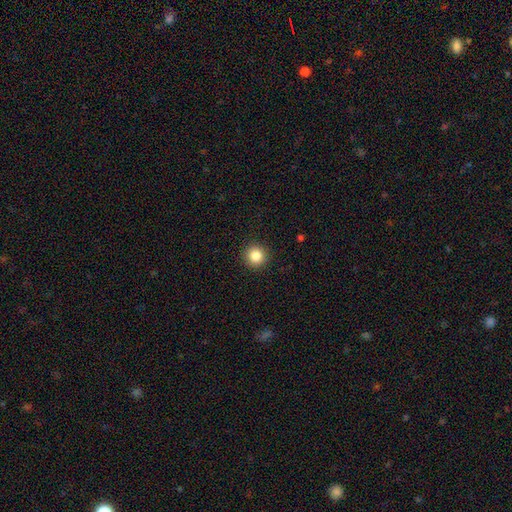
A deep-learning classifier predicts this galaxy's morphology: A smooth galaxy with no disk features (84%) that is round (95%). Merging: none (93%).